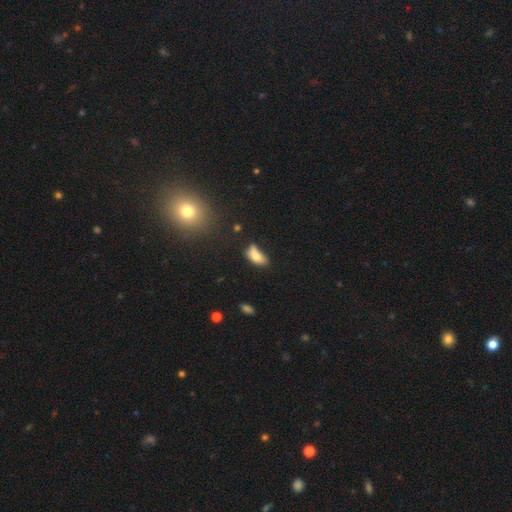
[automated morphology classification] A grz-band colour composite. It shows a smooth galaxy with no disk features (74%) that is in between round and cigar-shaped (86%). Merging: none (34%).